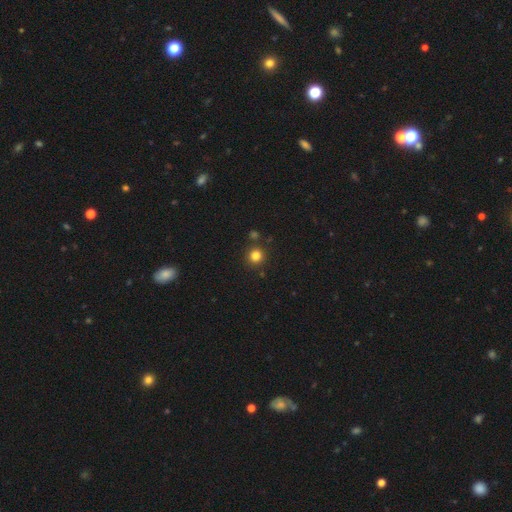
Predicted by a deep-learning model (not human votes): Morphology: type=smooth (81%); roundness=round (93%); merging=none (86%).